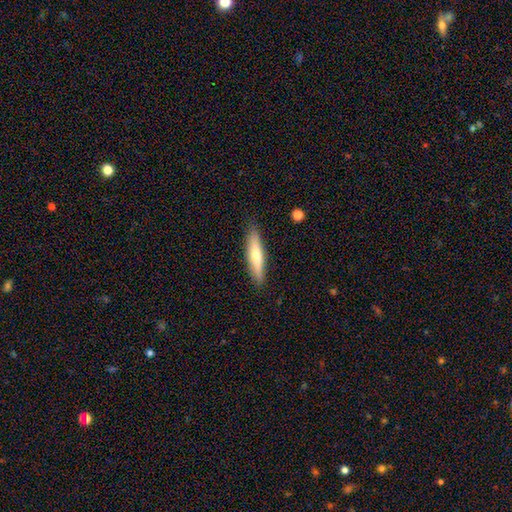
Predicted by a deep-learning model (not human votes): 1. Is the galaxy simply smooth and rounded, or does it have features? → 51% smooth, 43% featured or disk, 6% star or artifact.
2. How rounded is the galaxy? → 83% cigar-shaped, 15% in between, 2% round.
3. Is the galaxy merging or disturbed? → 89% none, 8% minor disturbance, 2% major disturbance, 1% merger.